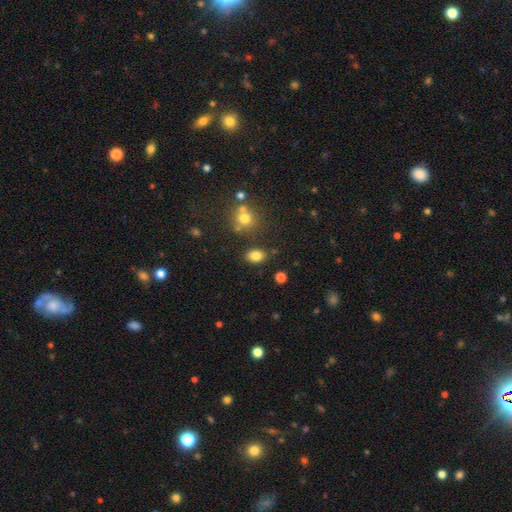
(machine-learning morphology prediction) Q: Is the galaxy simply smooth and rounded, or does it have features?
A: smooth — 82%.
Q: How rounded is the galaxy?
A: in between — 77%.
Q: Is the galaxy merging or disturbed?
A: none — 81%.